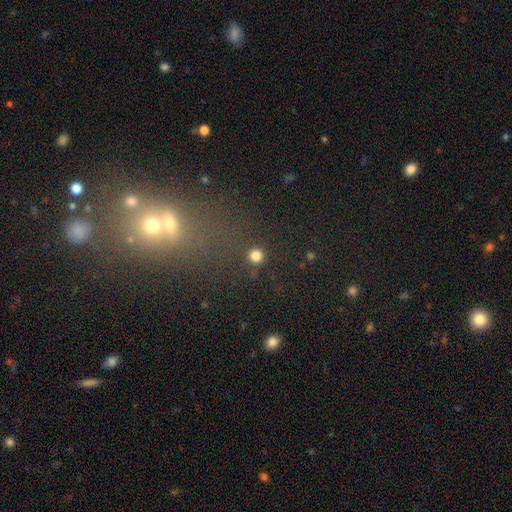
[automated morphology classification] Overall: smooth (81%). How rounded: round (95%). Merging: none (89%).